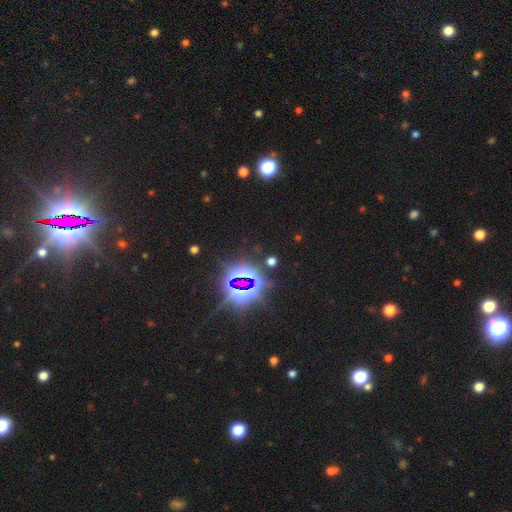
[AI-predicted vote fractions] A star or artifact, not a galaxy (84%).

Vote fractions:
- Smooth or featured? star or artifact: 84% / smooth: 8% / featured or disk: 8%